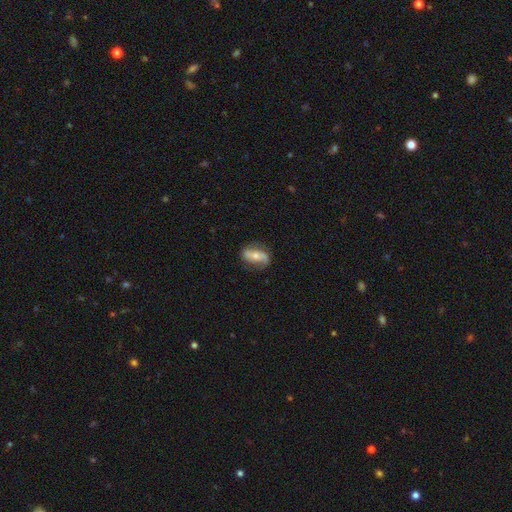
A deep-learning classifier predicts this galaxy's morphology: A featured or disk galaxy (66%) with no bar (41%), 2 (85%) loose (48%) spiral arms (86%) and a moderate central bulge (50%). Merging: none (74%).